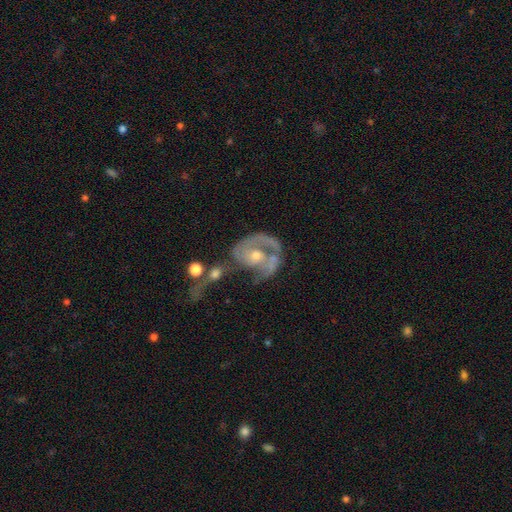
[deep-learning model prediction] featured or disk 83%, smooth 10%, star or artifact 6%. Down the decision tree: edge-on disk — no (97%); bar — no (67%); spiral arms — yes (87%); spiral arm count — 2 (50%); spiral winding — medium (43%); bulge size — moderate (58%); merging — merger (32%).